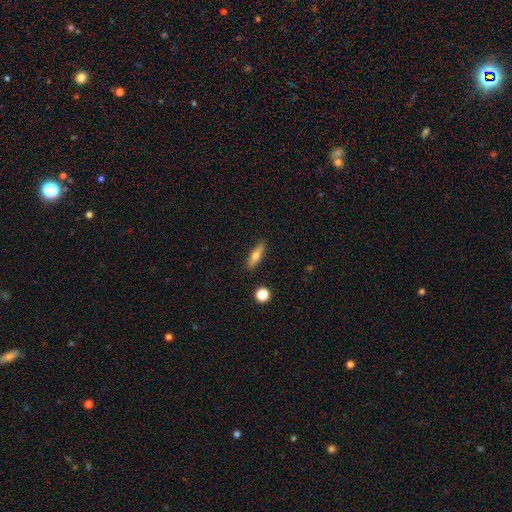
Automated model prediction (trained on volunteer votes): smooth 60%, featured or disk 32%, star or artifact 7%. Down the decision tree: how rounded — cigar-shaped (61%); merging — none (88%).